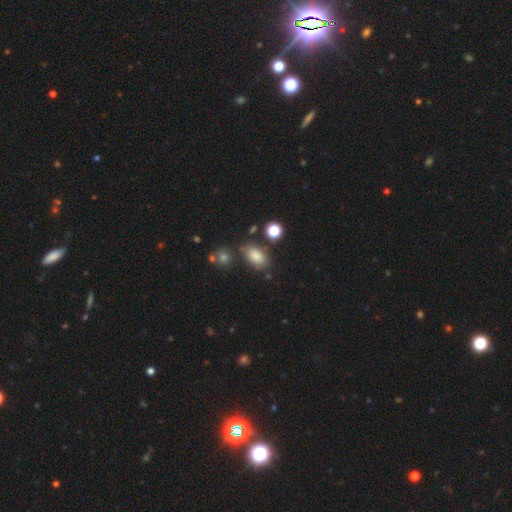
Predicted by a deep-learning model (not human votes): smooth 80%, star or artifact 13%, featured or disk 8%. Down the decision tree: how rounded — in between (87%); merging — none (73%).